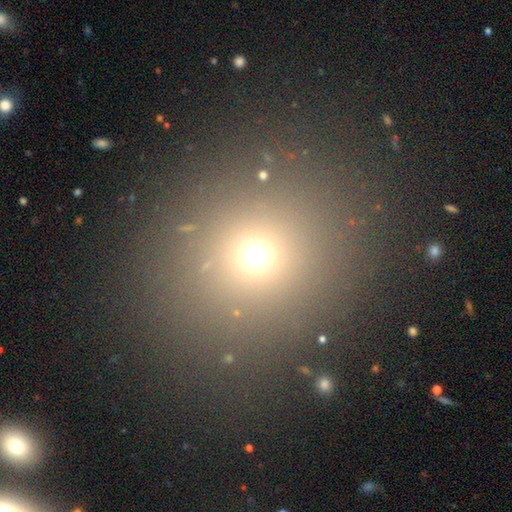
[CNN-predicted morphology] Smooth or featured: smooth — 64% (star or artifact — 28%)
How rounded: round — 85% (in between — 14%)
Merging: none — 86% (minor disturbance — 7%)